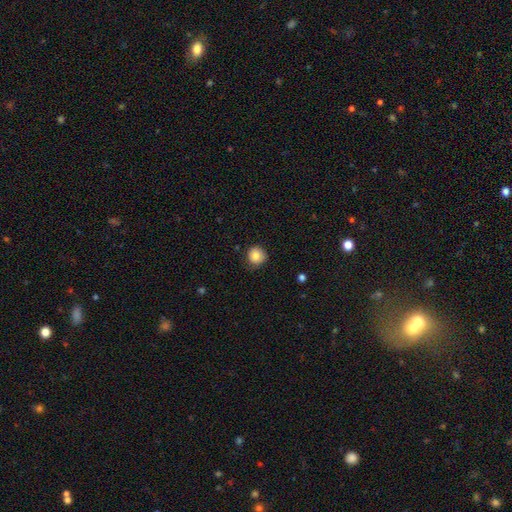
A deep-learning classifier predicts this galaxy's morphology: A smooth galaxy with no disk features (85%) that is round (91%).

Vote fractions:
- Smooth or featured? smooth: 85% / star or artifact: 9% / featured or disk: 6%
- How rounded? round: 91% / in between: 9% / cigar-shaped: 1%
- Merging? none: 80% / minor disturbance: 16% / major disturbance: 3% / merger: 1%